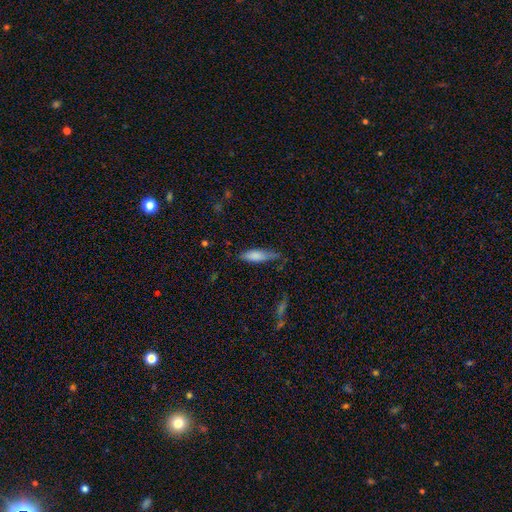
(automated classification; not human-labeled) Smooth or featured? Predicted: smooth (p=0.78). How rounded? Predicted: cigar-shaped (p=0.50). Merging? Predicted: none (p=0.55).